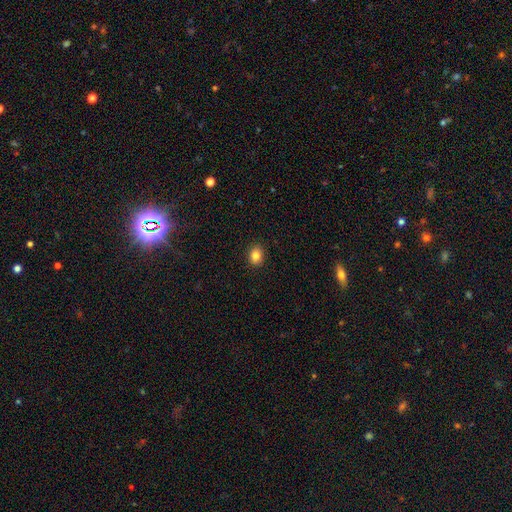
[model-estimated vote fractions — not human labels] A smooth galaxy with no disk features (84%) that is in between round and cigar-shaped (50%).

Vote fractions:
- Smooth or featured? smooth: 84% / star or artifact: 10% / featured or disk: 6%
- How rounded? in between: 50% / round: 49% / cigar-shaped: 1%
- Merging? none: 90% / minor disturbance: 7% / major disturbance: 2% / merger: 1%